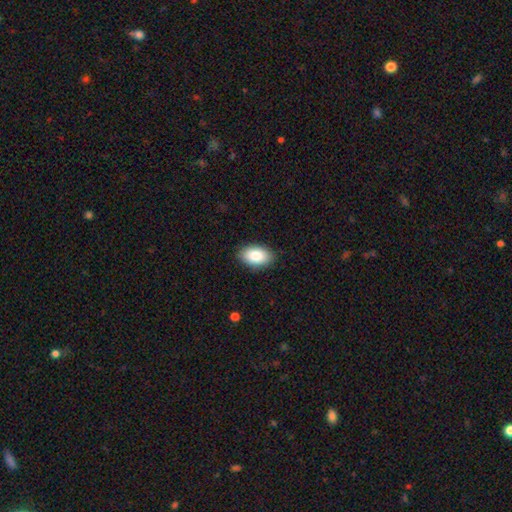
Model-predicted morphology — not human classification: This is clearly a smooth galaxy (85%). How rounded: clearly in between (93%). Merging: clearly none (88%).